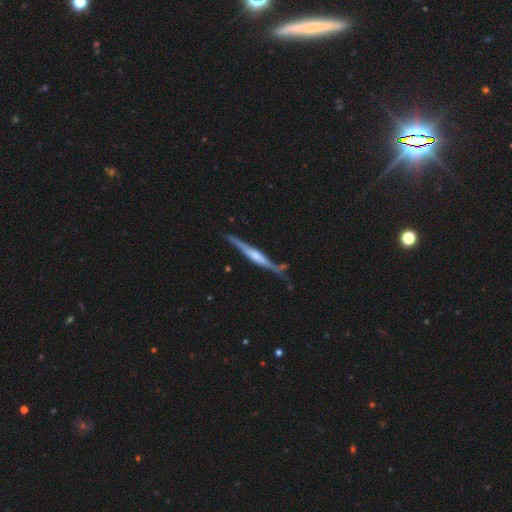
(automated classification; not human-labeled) The model was most divided on "edge-on bulge": rounded: 64%, boxy: 21%, none: 15%. More confident: edge-on disk — yes (95%); smooth or featured — featured or disk (74%); merging — none (71%).